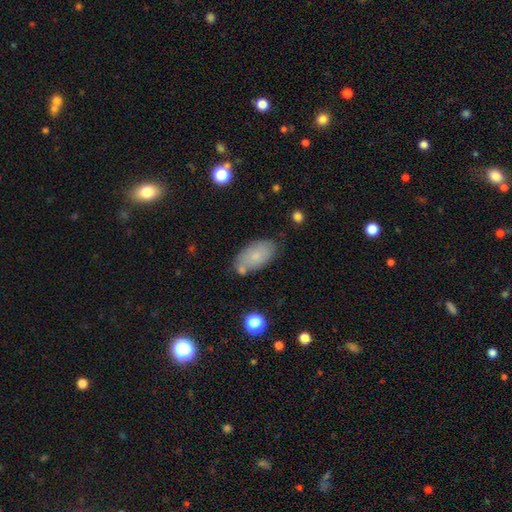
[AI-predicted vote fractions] A smooth galaxy with no disk features (75%) that is in between round and cigar-shaped (93%).

Vote fractions:
- Smooth or featured? smooth: 75% / featured or disk: 18% / star or artifact: 8%
- How rounded? in between: 93% / cigar-shaped: 3% / round: 3%
- Merging? none: 70% / minor disturbance: 18% / merger: 8% / major disturbance: 4%